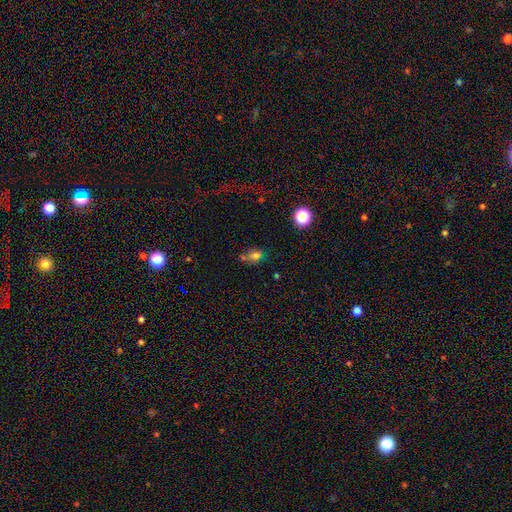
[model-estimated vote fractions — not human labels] The model was most divided on "how rounded": in between: 61%, round: 37%, cigar-shaped: 2%. More confident: smooth or featured — smooth (69%); merging — none (52%).